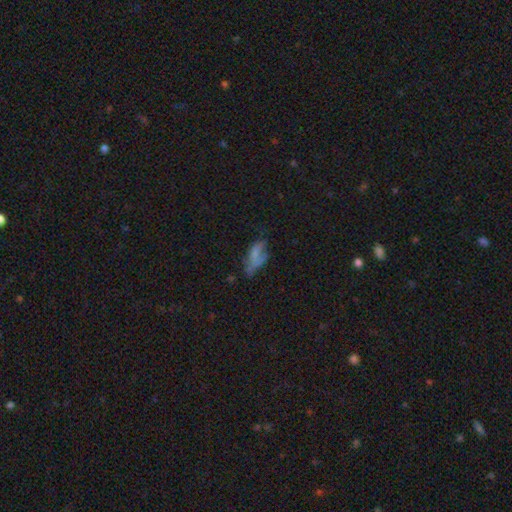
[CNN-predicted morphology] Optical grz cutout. It shows a smooth galaxy with no disk features (51%) that is in between round and cigar-shaped (80%). Merging: major disturbance (35%).